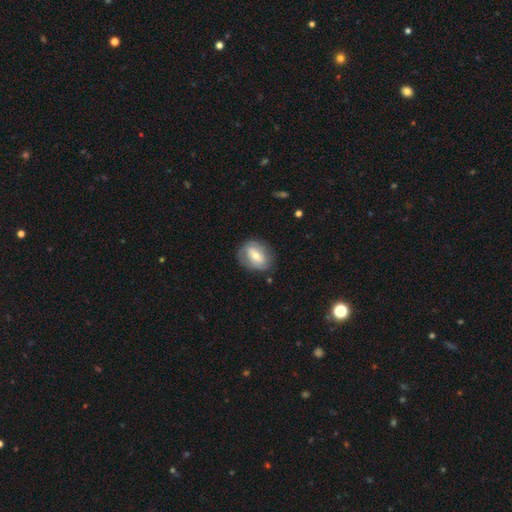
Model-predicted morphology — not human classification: The model was most divided on "smooth or featured": featured or disk: 51%, smooth: 42%, star or artifact: 7%. More confident: edge-on disk — no (91%); merging — none (75%).